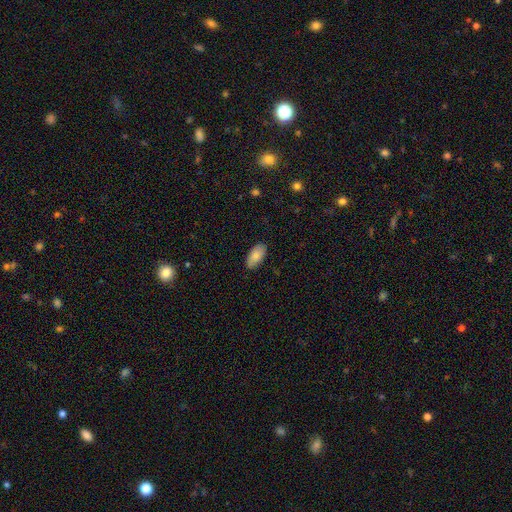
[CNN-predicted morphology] A smooth galaxy with no disk features (85%) that is in between round and cigar-shaped (94%).

Vote fractions:
- Smooth or featured? smooth: 85% / featured or disk: 9% / star or artifact: 6%
- How rounded? in between: 94% / cigar-shaped: 4% / round: 2%
- Merging? none: 87% / minor disturbance: 10% / major disturbance: 2% / merger: 1%